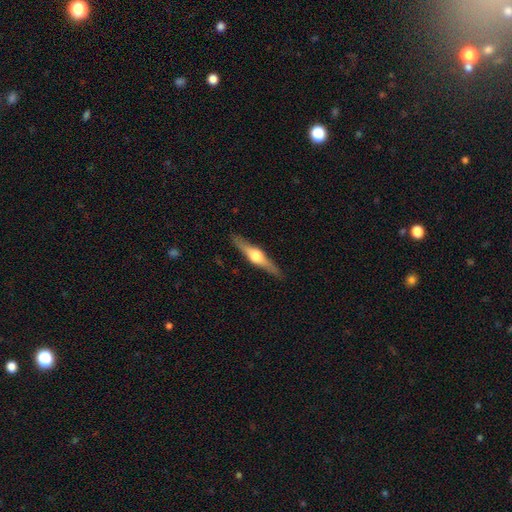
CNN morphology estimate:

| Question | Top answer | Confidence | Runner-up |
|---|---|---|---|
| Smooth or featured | featured or disk | 74% | smooth (21%) |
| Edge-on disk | yes | 97% | no (3%) |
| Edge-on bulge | rounded | 95% | boxy (4%) |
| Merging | none | 90% | minor disturbance (7%) |